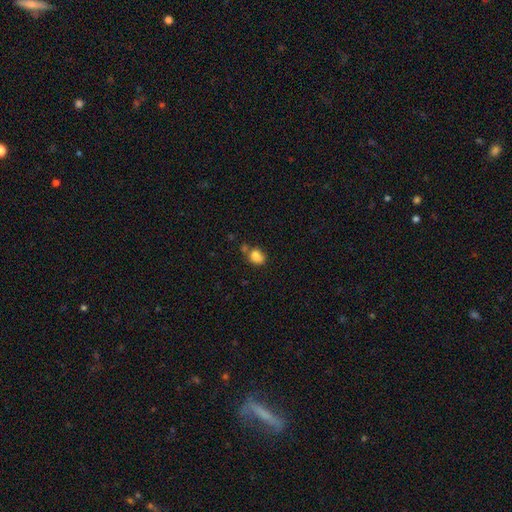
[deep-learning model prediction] A smooth galaxy with no disk features (78%) that is in between round and cigar-shaped (53%).

Vote fractions:
- Smooth or featured? smooth: 78% / featured or disk: 12% / star or artifact: 10%
- How rounded? in between: 53% / round: 46% / cigar-shaped: 1%
- Merging? none: 48% / merger: 23% / minor disturbance: 22% / major disturbance: 7%